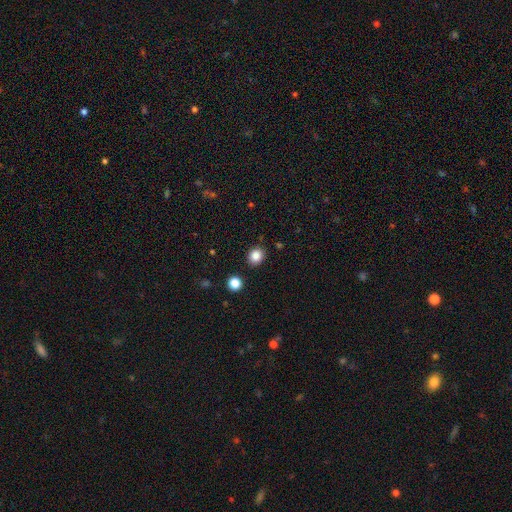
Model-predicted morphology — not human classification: Smooth or featured: smooth — 85% (star or artifact — 11%)
How rounded: round — 72% (in between — 28%)
Merging: none — 88% (minor disturbance — 8%)